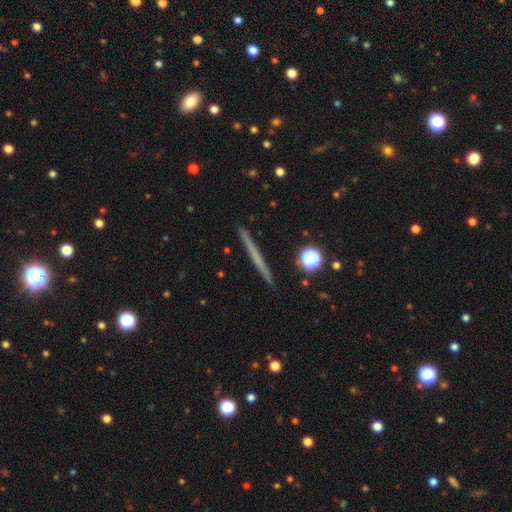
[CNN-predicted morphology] Smooth or featured?
  - featured or disk: 51% *
  - smooth: 42%
  - star or artifact: 7%
Edge-on disk?
  - yes: 98% *
  - no: 2%
Merging?
  - none: 92% *
  - minor disturbance: 5%
  - major disturbance: 1%
  - merger: 1%